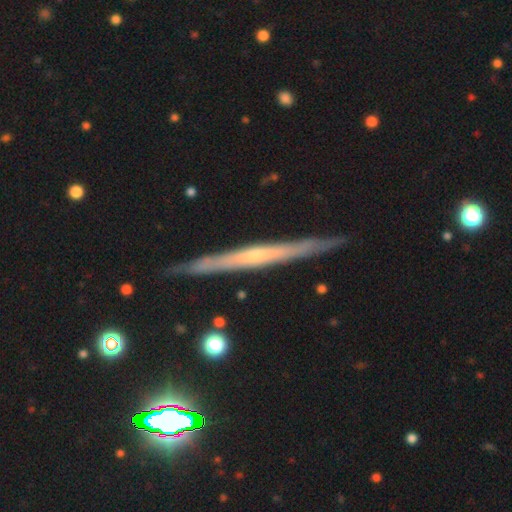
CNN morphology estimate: Smooth or featured? Predicted: featured or disk (p=0.73). Edge-on disk? Predicted: yes (p=0.96). Edge-on bulge? Predicted: none (p=0.62). Merging? Predicted: none (p=0.89).